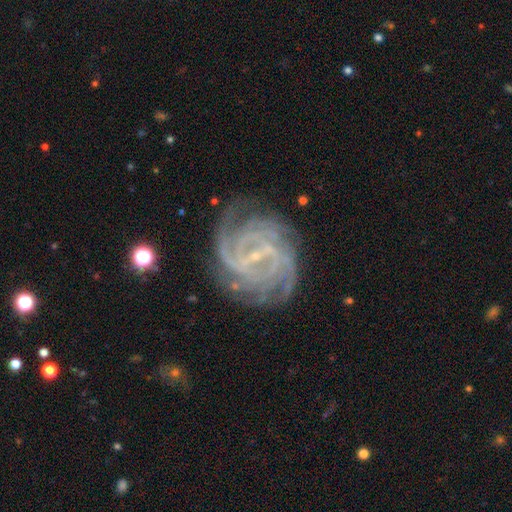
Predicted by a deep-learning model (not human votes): Smooth or featured? Predicted: featured or disk (p=0.89). Edge-on disk? Predicted: no (p=0.97). Bar? Predicted: weak (p=0.47). Spiral arms? Predicted: yes (p=0.98). Spiral winding? Predicted: tight (p=0.63). Spiral arm count? Predicted: 4 (p=0.28). Bulge size? Predicted: small (p=0.83). Merging? Predicted: none (p=0.76).